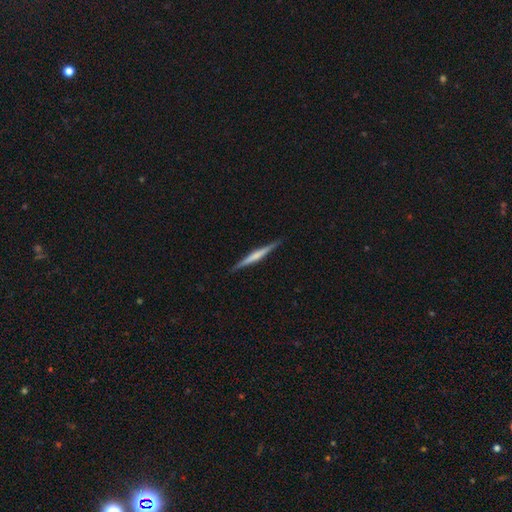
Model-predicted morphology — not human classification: Smooth or featured: featured or disk — 61% (smooth — 34%)
Edge-on disk: yes — 98% (no — 2%)
Edge-on bulge: none — 44% (rounded — 37%)
Merging: none — 91% (minor disturbance — 7%)